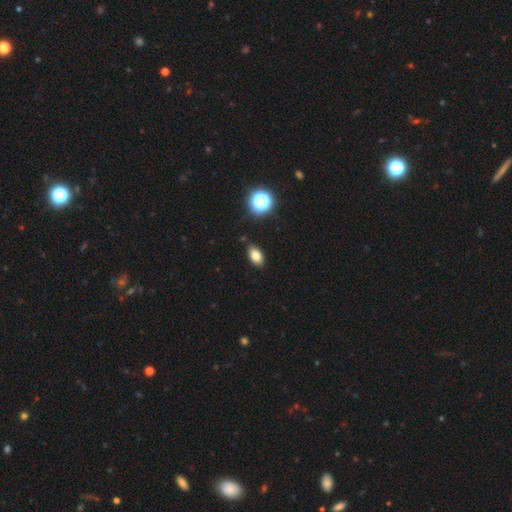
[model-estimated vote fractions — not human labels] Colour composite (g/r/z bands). It shows a smooth galaxy with no disk features (80%) that is in between round and cigar-shaped (89%). Merging: none (87%).